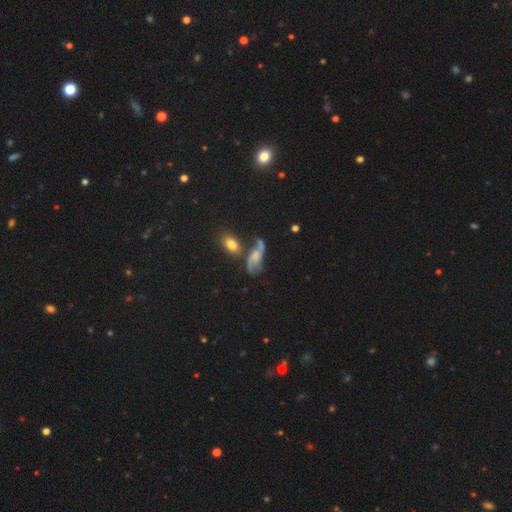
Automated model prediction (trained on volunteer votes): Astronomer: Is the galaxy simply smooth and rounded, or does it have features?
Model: featured or disk — 66%.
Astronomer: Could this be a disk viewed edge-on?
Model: no — 92%.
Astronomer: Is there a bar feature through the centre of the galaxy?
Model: no — 57% (runner-up: weak, 35%).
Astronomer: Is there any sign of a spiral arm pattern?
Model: yes — 89%.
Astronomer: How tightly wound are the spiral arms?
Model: loose — 65%.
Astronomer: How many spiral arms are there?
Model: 2 — 87%.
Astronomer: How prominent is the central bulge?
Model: small — 37% (runner-up: moderate, 28%).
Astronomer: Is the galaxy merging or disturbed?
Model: none — 44% (runner-up: merger, 23%).